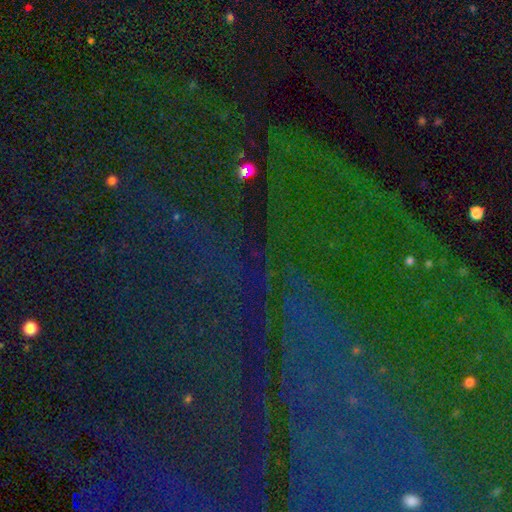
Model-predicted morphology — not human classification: Smooth or featured: star or artifact — 83% (smooth — 9%)